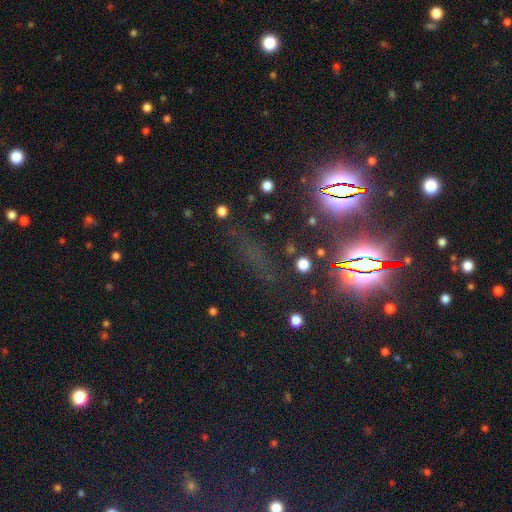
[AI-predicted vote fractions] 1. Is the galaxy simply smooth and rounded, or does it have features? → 74% star or artifact, 16% smooth, 10% featured or disk.